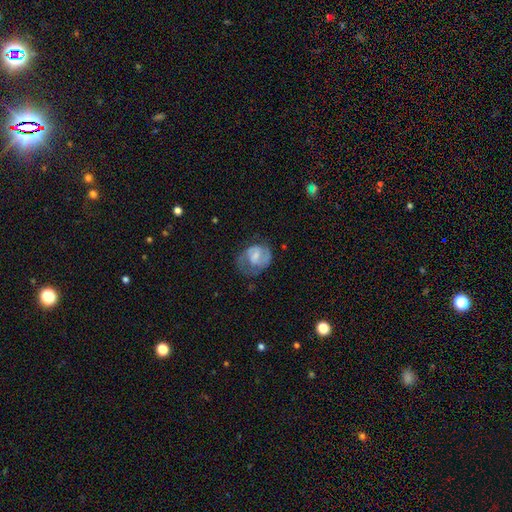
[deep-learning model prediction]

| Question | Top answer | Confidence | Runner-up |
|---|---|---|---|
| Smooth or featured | featured or disk | 61% | smooth (32%) |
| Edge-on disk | no | 97% | yes (3%) |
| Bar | weak | 51% | no (30%) |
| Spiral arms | yes | 81% | no (19%) |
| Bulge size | small | 36% | moderate (32%) |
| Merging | none | 49% | minor disturbance (26%) |